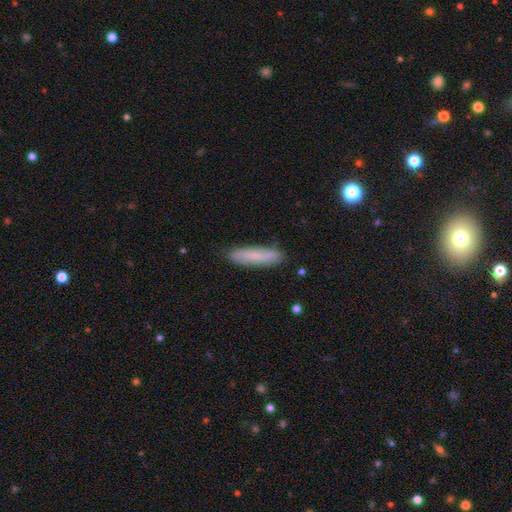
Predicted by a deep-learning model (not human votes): smooth_or_featured: smooth (p=0.72) [alt: featured or disk p=0.20]
how_rounded: cigar-shaped (p=0.83) [alt: in between p=0.16]
merging: none (p=0.85) [alt: minor disturbance p=0.12]